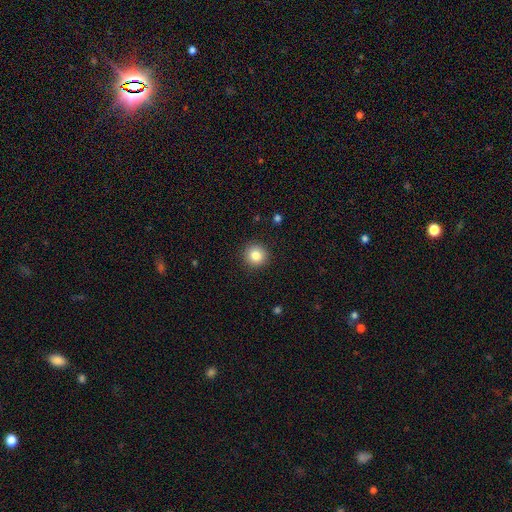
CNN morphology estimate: Smooth or featured: smooth — 83% (star or artifact — 10%)
How rounded: round — 93% (in between — 6%)
Merging: none — 91% (minor disturbance — 6%)